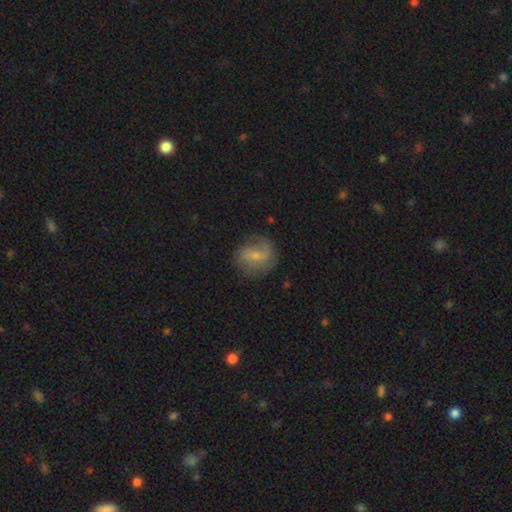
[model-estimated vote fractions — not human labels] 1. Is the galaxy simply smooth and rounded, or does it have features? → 62% featured or disk, 30% smooth, 8% star or artifact.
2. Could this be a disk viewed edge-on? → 97% no, 3% yes.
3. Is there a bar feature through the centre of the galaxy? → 50% weak, 37% no, 13% strong.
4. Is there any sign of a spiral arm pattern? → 87% yes, 13% no.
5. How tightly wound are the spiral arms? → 41% medium (tied), 41% loose (tied), 19% tight.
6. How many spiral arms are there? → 65% 2, 15% can't tell, 12% 1, 5% 3, 2% 4, 2% more than 4.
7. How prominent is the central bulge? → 58% small, 32% moderate, 7% none, 2% large, 1% dominant.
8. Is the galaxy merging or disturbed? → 70% none, 19% minor disturbance, 9% major disturbance, 2% merger.